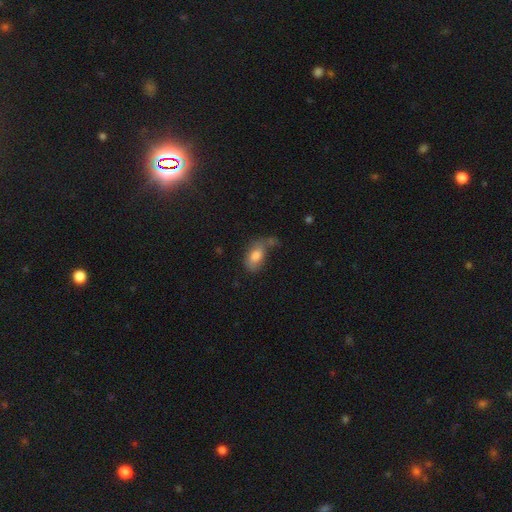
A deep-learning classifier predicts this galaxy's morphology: smooth_or_featured: smooth (p=0.75) [alt: featured or disk p=0.17]
how_rounded: in between (p=0.88) [alt: round p=0.09]
merging: none (p=0.37) [alt: minor disturbance p=0.27]